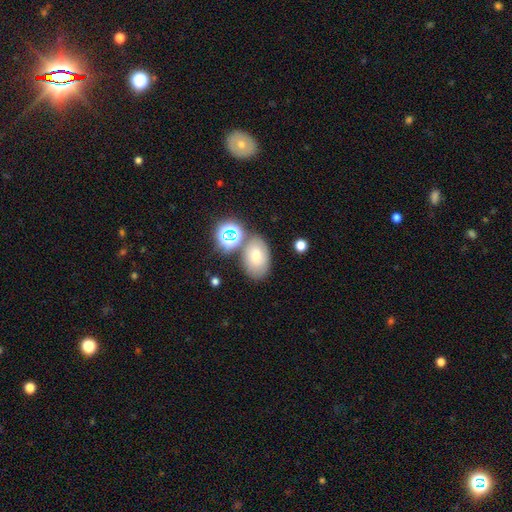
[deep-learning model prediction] This is possibly a smooth galaxy (58%). How rounded: likely in between (79%). Merging: likely none (68%).